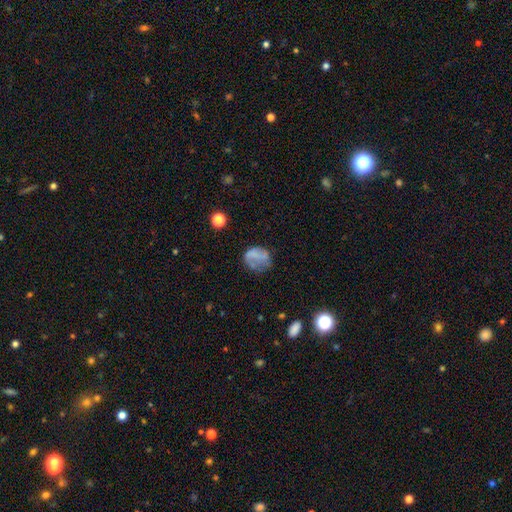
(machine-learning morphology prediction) Q: Smooth or featured?
A: smooth (58%); runner-up: featured or disk (29%)
Q: How rounded?
A: round (54%); runner-up: in between (45%)
Q: Merging?
A: none (45%); runner-up: minor disturbance (28%)